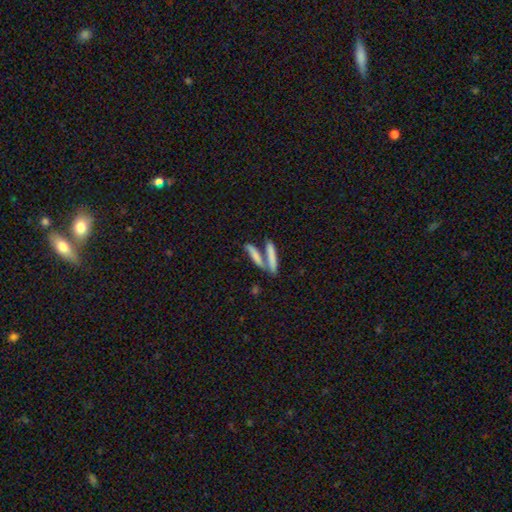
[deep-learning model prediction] smooth-or-featured: smooth: 70% | featured or disk: 22% | star or artifact: 8%
  how-rounded: cigar-shaped: 83% | in between: 15% | round: 3%
  merging: none: 47% | merger: 40% | minor disturbance: 9% | major disturbance: 4%